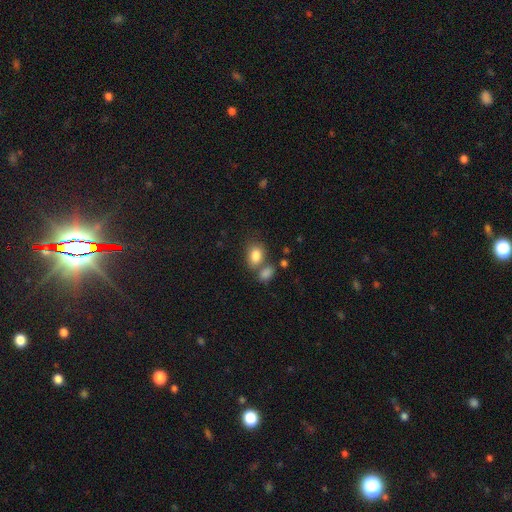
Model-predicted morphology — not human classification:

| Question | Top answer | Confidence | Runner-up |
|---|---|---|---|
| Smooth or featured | smooth | 84% | star or artifact (9%) |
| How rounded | in between | 72% | round (27%) |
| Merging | none | 49% | merger (33%) |